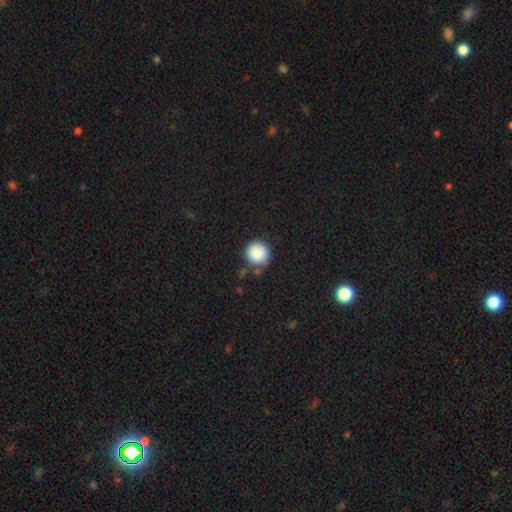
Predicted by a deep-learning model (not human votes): smooth-or-featured: smooth: 88% | star or artifact: 8% | featured or disk: 3%
  how-rounded: round: 94% | in between: 5% | cigar-shaped: 1%
  merging: none: 79% | minor disturbance: 13% | merger: 5% | major disturbance: 3%